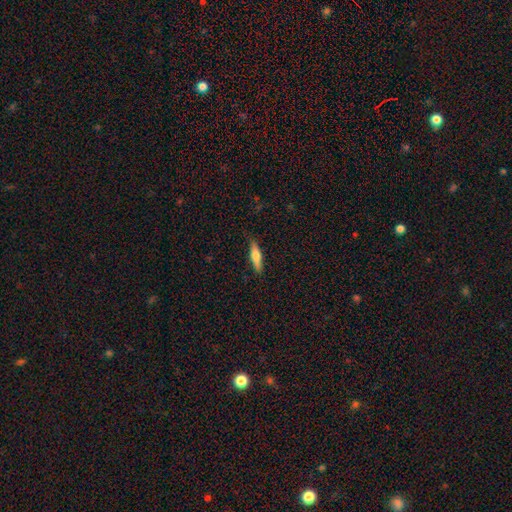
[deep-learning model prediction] smooth_or_featured: smooth (p=0.62) [alt: featured or disk p=0.32]
how_rounded: cigar-shaped (p=0.74) [alt: in between p=0.24]
merging: none (p=0.86) [alt: minor disturbance p=0.10]